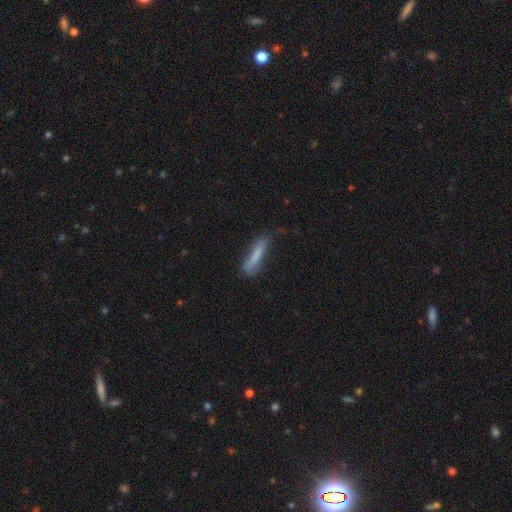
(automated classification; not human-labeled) This appears to be a smooth galaxy with no disk features (72%) that is cigar-shaped (88%). Merging: none (64%).